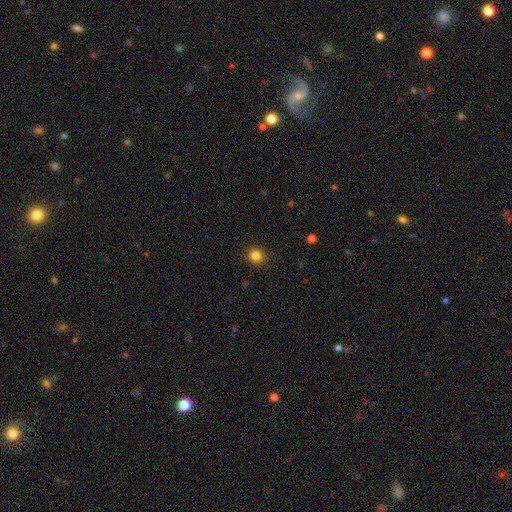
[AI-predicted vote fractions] Morphology: type=smooth (83%); roundness=round (89%); merging=none (90%).